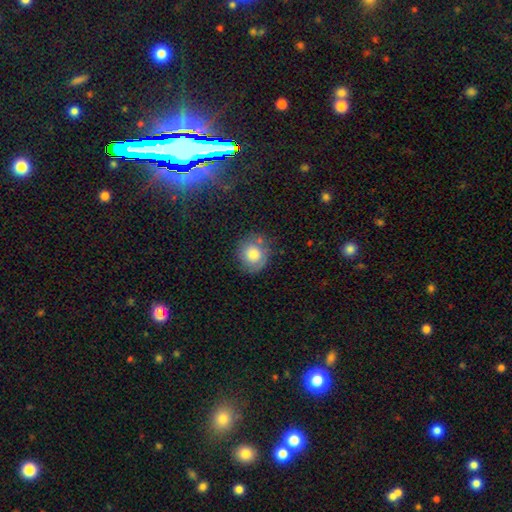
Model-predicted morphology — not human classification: A smooth galaxy with no disk features (63%) that is round (84%).

Vote fractions:
- Smooth or featured? smooth: 63% / featured or disk: 22% / star or artifact: 15%
- How rounded? round: 84% / in between: 15% / cigar-shaped: 1%
- Merging? none: 76% / minor disturbance: 16% / major disturbance: 5% / merger: 3%